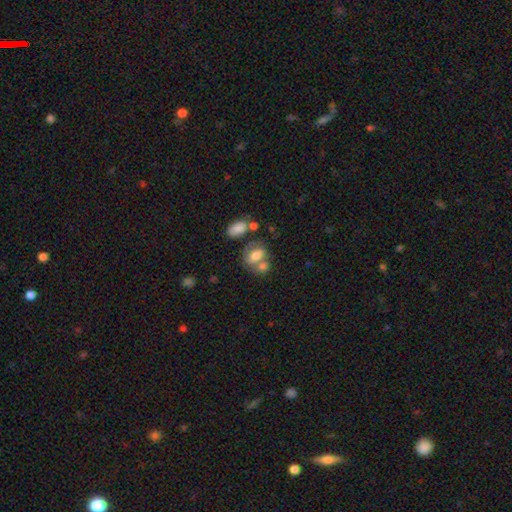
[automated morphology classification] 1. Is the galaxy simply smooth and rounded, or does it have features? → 69% smooth, 22% featured or disk, 10% star or artifact.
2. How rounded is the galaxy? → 74% in between, 23% round, 2% cigar-shaped.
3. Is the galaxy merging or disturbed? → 43% merger, 36% none, 14% minor disturbance, 7% major disturbance.